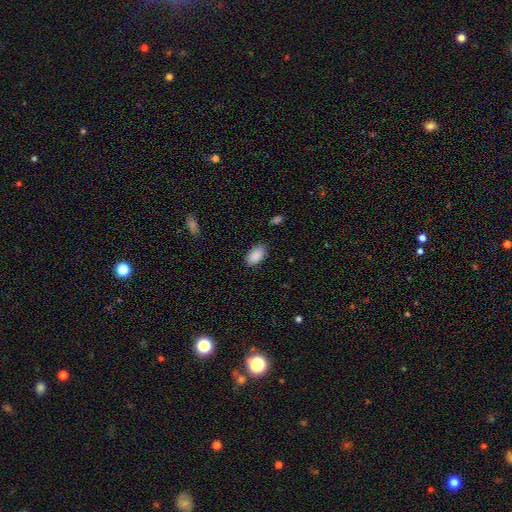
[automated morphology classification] smooth 90%, star or artifact 7%, featured or disk 3%. Down the decision tree: how rounded — in between (93%); merging — none (82%).